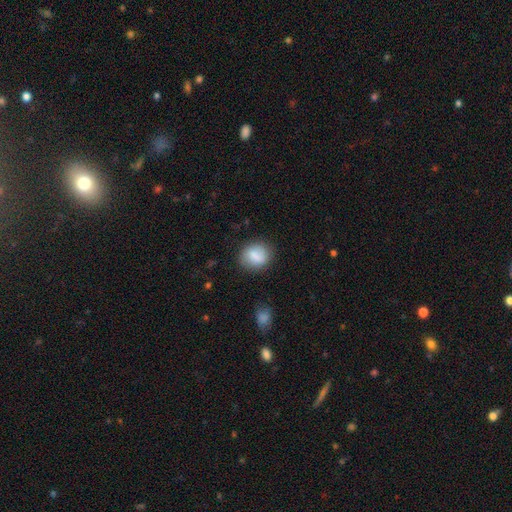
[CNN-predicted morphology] The model was most divided on "how rounded": round: 67%, in between: 32%, cigar-shaped: 1%. More confident: smooth or featured — smooth (83%); merging — none (80%).